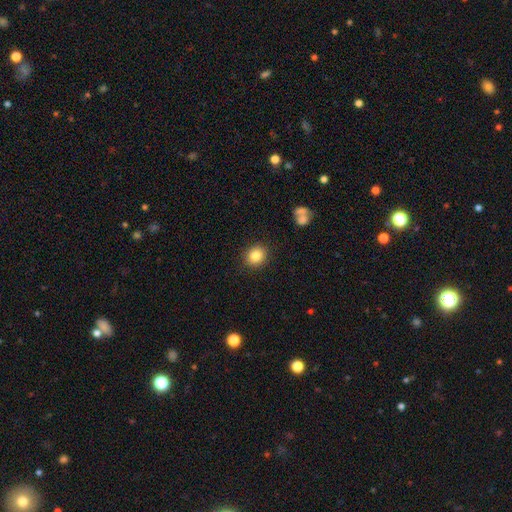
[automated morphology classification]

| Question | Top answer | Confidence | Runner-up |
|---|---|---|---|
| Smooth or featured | smooth | 83% | star or artifact (10%) |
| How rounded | round | 82% | in between (17%) |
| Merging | none | 89% | minor disturbance (7%) |